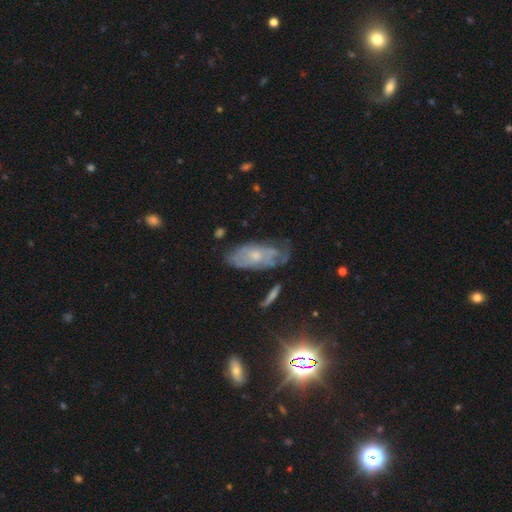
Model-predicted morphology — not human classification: featured or disk 61%, smooth 28%, star or artifact 11%. Down the decision tree: edge-on disk — no (89%); bar — no (81%); spiral arms — yes (65%); bulge size — small (53%); merging — none (57%).